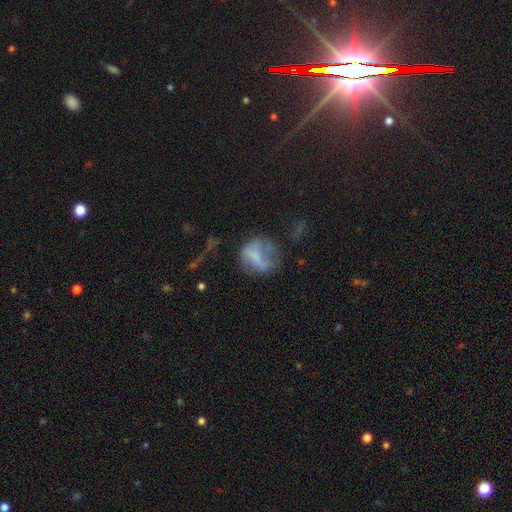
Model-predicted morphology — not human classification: This appears to be a smooth galaxy with no disk features (49%). Merging: none (36%).